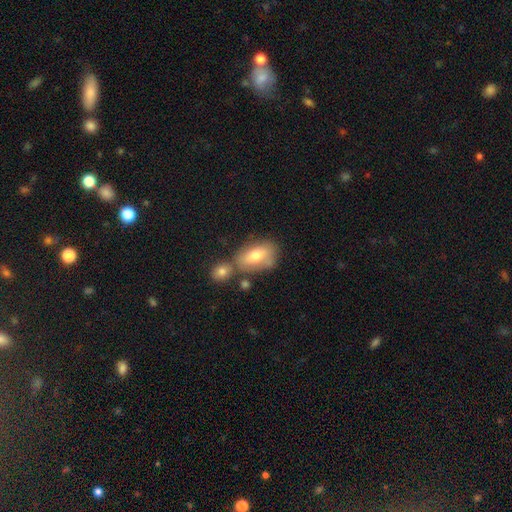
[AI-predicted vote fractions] A smooth galaxy with no disk features (71%) that is in between round and cigar-shaped (87%). Merging: none (54%).